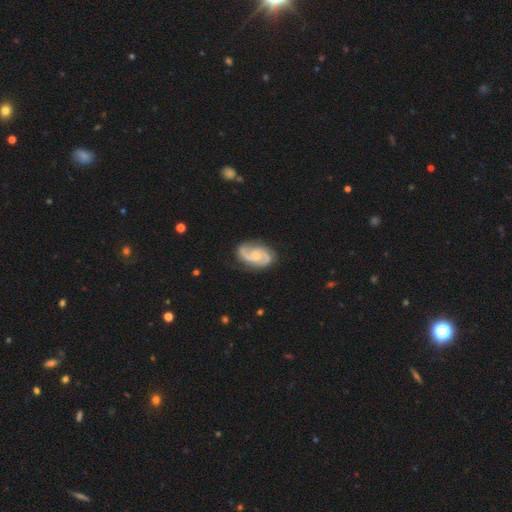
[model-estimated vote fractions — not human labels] smooth_or_featured: featured or disk (p=0.88) [alt: smooth p=0.08]
disk_edge_on: no (p=0.98) [alt: yes p=0.02]
bar: no (p=0.60) [alt: weak p=0.34]
has_spiral_arms: yes (p=0.97) [alt: no p=0.03]
spiral_winding: medium (p=0.53) [alt: tight p=0.29]
spiral_arm_count: 2 (p=0.88) [alt: 3 p=0.04]
bulge_size: small (p=0.49) [alt: moderate p=0.43]
merging: none (p=0.79) [alt: minor disturbance p=0.15]